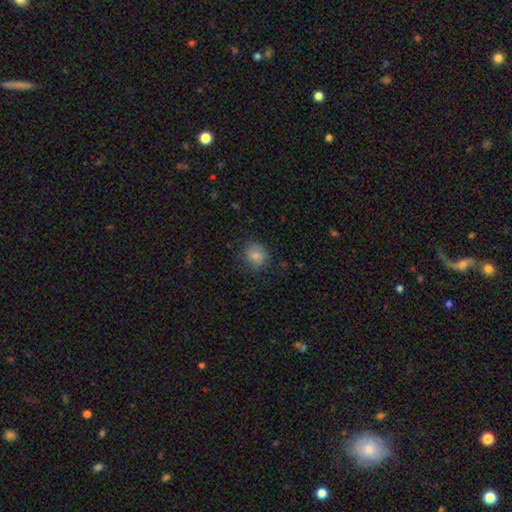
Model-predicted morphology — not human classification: A smooth galaxy with no disk features (68%) that is round (82%).

Vote fractions:
- Smooth or featured? smooth: 68% / featured or disk: 20% / star or artifact: 12%
- How rounded? round: 82% / in between: 17% / cigar-shaped: 1%
- Merging? none: 81% / minor disturbance: 14% / major disturbance: 4% / merger: 1%